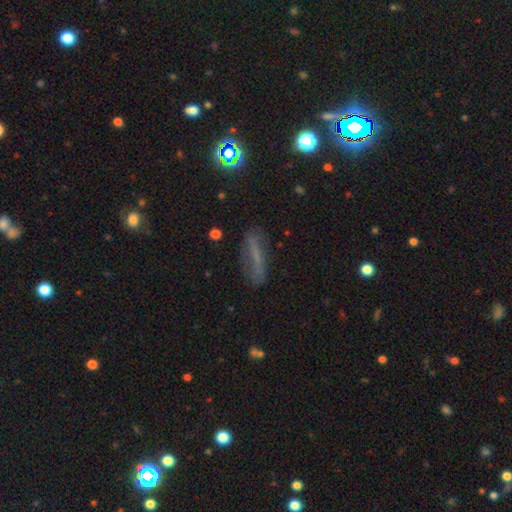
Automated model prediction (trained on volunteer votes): Morphology: type=smooth (50%); roundness=cigar-shaped (71%); merging=none (71%).